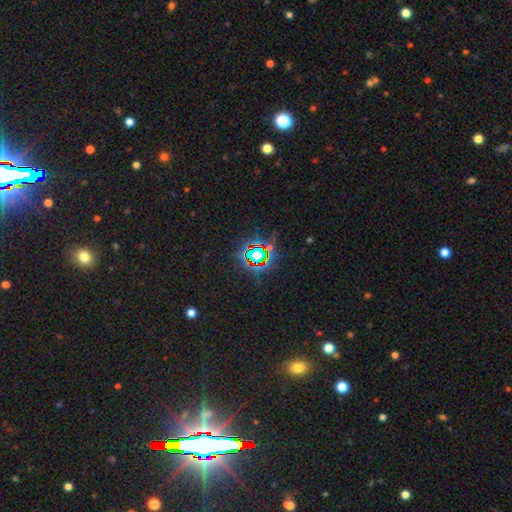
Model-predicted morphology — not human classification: Smooth or featured? Predicted: star or artifact (p=0.76).